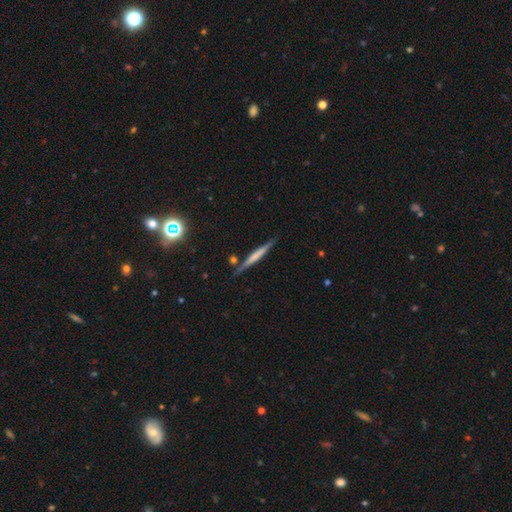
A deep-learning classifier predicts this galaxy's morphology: This is possibly a featured or disk galaxy (52%). It is clearly viewed edge-on (97%). Edge-on bulge: possibly none (60%). Merging: clearly none (84%).